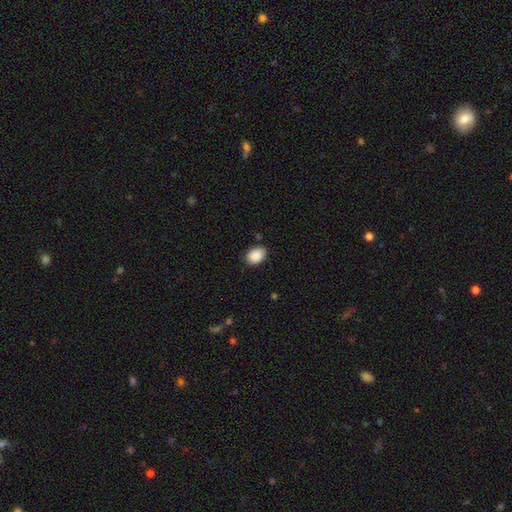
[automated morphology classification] A smooth galaxy with no disk features (89%) that is in between round and cigar-shaped (79%).

Vote fractions:
- Smooth or featured? smooth: 89% / star or artifact: 8% / featured or disk: 3%
- How rounded? in between: 79% / round: 20% / cigar-shaped: 1%
- Merging? none: 83% / minor disturbance: 13% / major disturbance: 3% / merger: 1%